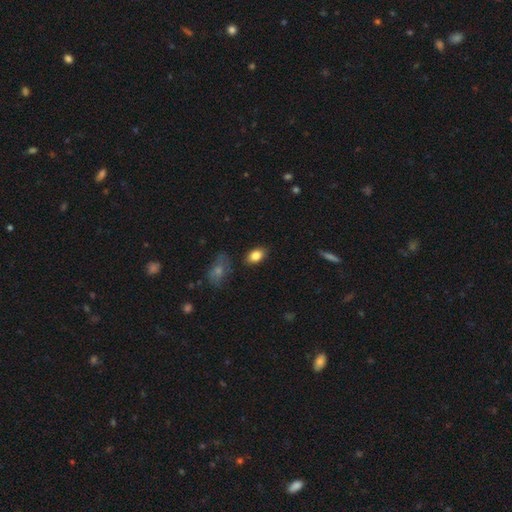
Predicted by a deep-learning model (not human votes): Overall: smooth (84%). How rounded: in between (87%). Merging: none (84%).